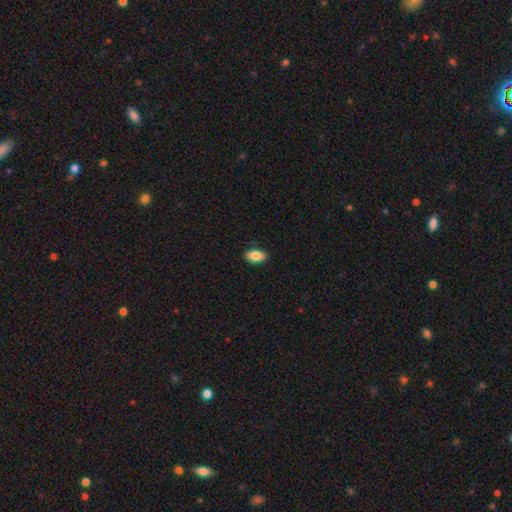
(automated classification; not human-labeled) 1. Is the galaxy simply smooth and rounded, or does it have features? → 85% smooth, 8% featured or disk, 7% star or artifact.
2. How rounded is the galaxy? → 92% in between, 4% round, 4% cigar-shaped.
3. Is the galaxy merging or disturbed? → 88% none, 9% minor disturbance, 2% major disturbance, 1% merger.